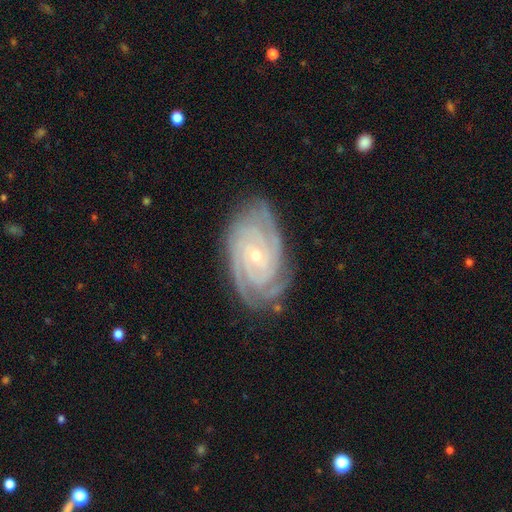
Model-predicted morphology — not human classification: Smooth or featured? Predicted: featured or disk (p=0.91). Edge-on disk? Predicted: no (p=0.97). Bar? Predicted: no (p=0.63). Spiral arms? Predicted: yes (p=0.98). Spiral winding? Predicted: tight (p=0.80). Spiral arm count? Predicted: 3 (p=0.29). Bulge size? Predicted: small (p=0.80). Merging? Predicted: none (p=0.78).